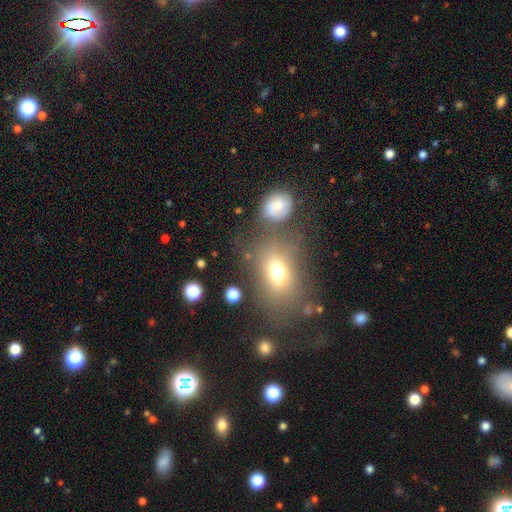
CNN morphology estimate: A smooth galaxy with no disk features (61%) that is in between round and cigar-shaped (73%). Merging: none (59%).